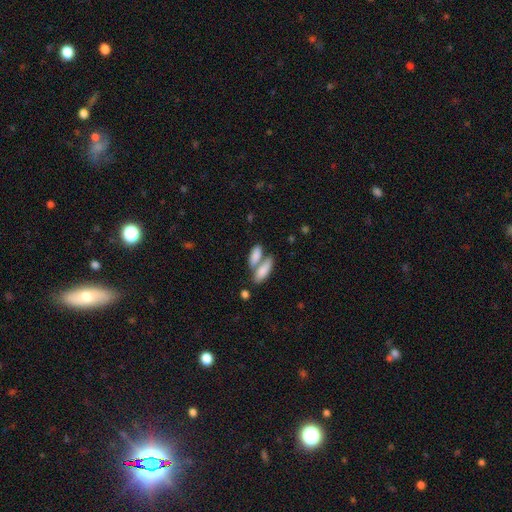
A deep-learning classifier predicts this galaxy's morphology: Smooth or featured: smooth — 82% (featured or disk — 12%)
How rounded: in between — 78% (cigar-shaped — 19%)
Merging: merger — 55% (none — 33%)